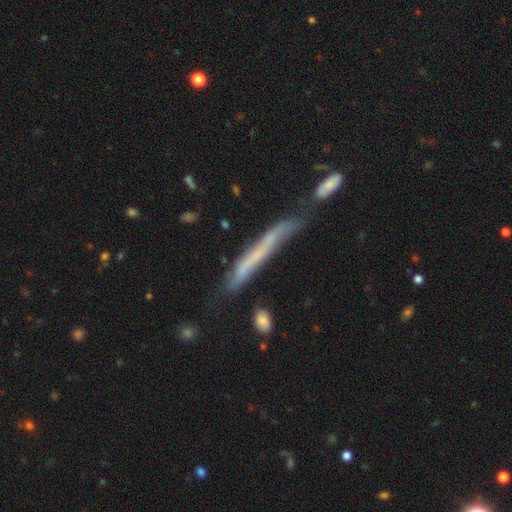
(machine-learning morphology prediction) Q: Smooth or featured?
A: featured or disk (45%); runner-up: smooth (44%)
Q: Merging?
A: none (42%); runner-up: merger (23%)